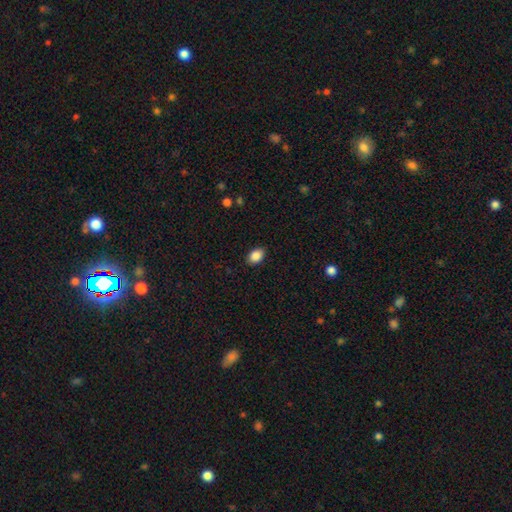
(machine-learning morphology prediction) smooth 88%, star or artifact 8%, featured or disk 4%. Down the decision tree: how rounded — in between (83%); merging — none (88%).